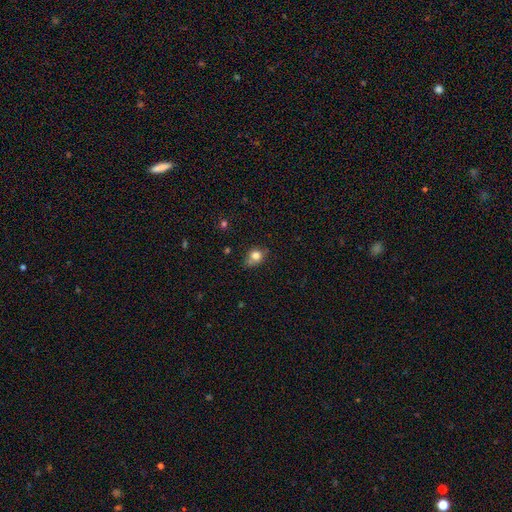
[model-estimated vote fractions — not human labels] This appears to be a smooth galaxy with no disk features (79%) that is round (54%). Merging: none (62%).